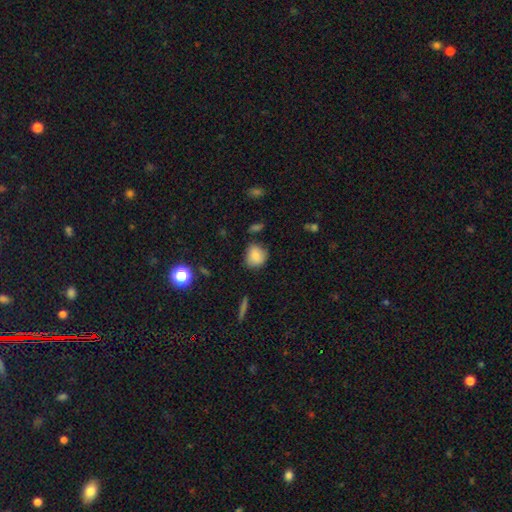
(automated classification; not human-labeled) Smooth or featured: smooth — 82% (star or artifact — 10%)
How rounded: round — 76% (in between — 23%)
Merging: none — 70% (minor disturbance — 22%)